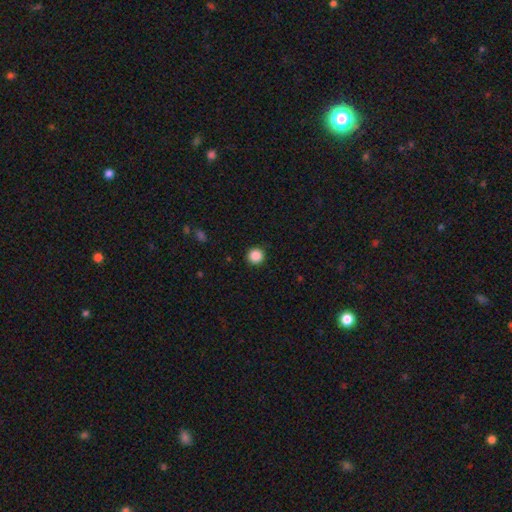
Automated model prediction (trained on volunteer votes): This appears to be a smooth galaxy with no disk features (87%) that is round (95%). Merging: none (92%).